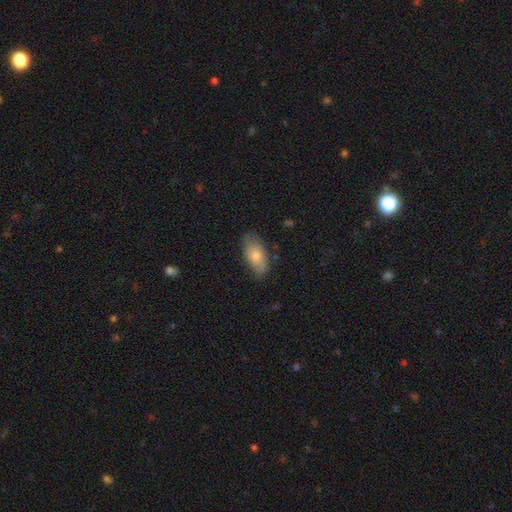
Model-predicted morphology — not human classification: Smooth or featured? Predicted: smooth (p=0.73). How rounded? Predicted: in between (p=0.90). Merging? Predicted: none (p=0.79).